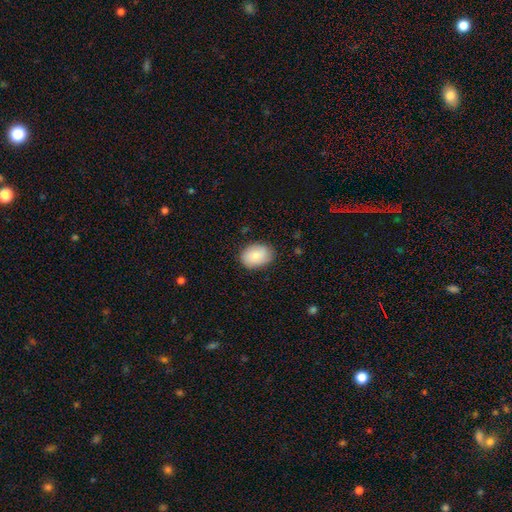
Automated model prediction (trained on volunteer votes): Smooth or featured: smooth — 85% (featured or disk — 8%)
How rounded: in between — 77% (round — 22%)
Merging: none — 80% (minor disturbance — 16%)